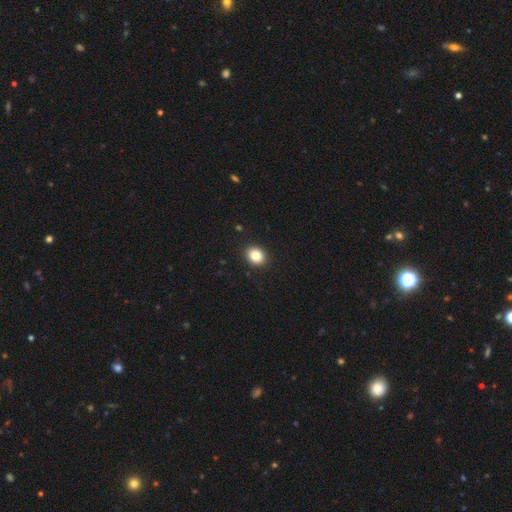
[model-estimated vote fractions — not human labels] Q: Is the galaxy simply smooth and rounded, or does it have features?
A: smooth — 84%.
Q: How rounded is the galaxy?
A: round — 58%.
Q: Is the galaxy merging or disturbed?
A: none — 92%.